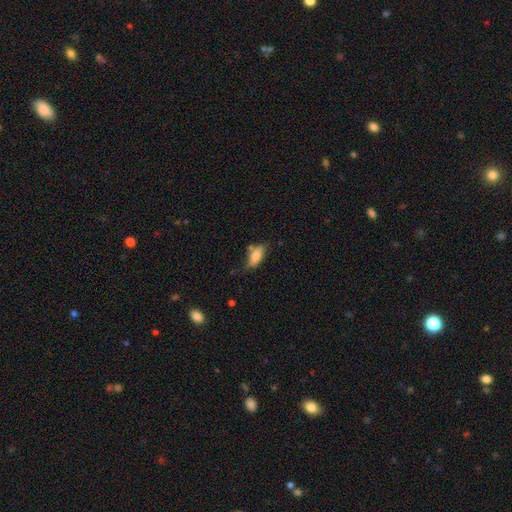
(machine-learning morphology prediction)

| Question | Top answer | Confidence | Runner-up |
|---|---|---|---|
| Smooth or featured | smooth | 79% | featured or disk (14%) |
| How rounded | in between | 82% | cigar-shaped (15%) |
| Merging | none | 59% | minor disturbance (25%) |